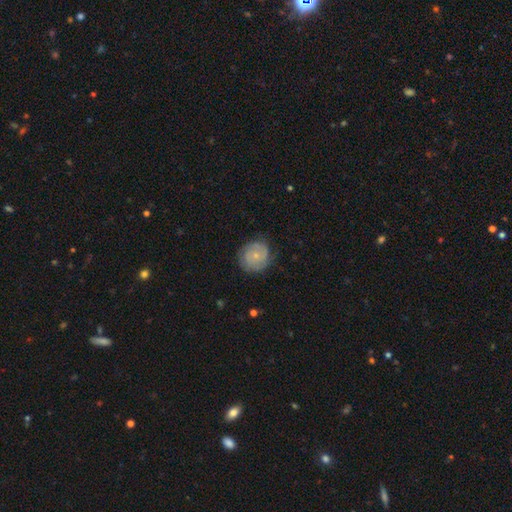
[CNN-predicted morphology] This appears to be a smooth galaxy with no disk features (49%). Merging: none (78%).